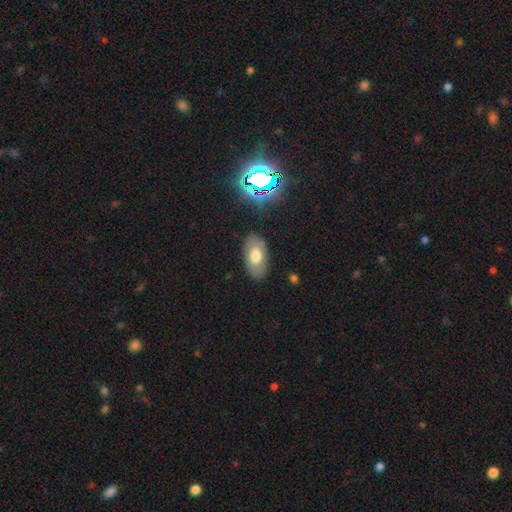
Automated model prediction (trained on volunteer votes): Smooth or featured?
  - smooth: 62% *
  - featured or disk: 27%
  - star or artifact: 11%
How rounded?
  - in between: 93% *
  - round: 5%
  - cigar-shaped: 2%
Merging?
  - none: 82% *
  - minor disturbance: 13%
  - major disturbance: 4%
  - merger: 1%